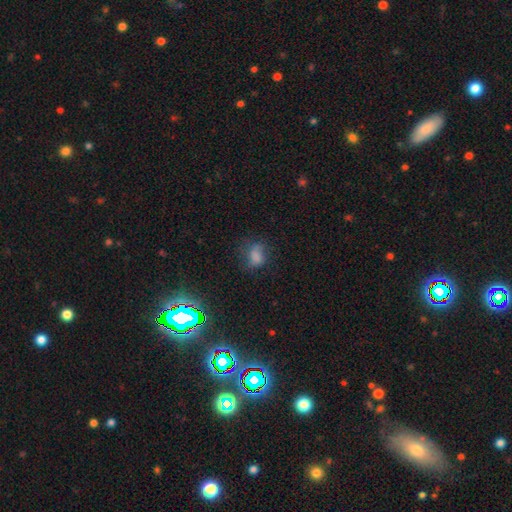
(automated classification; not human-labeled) This appears to be a smooth galaxy with no disk features (69%) that is in between round and cigar-shaped (63%). Merging: none (49%).